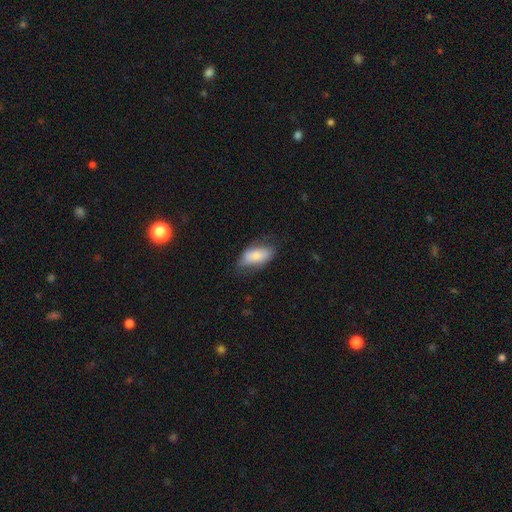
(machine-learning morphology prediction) A smooth galaxy with no disk features (76%) that is in between round and cigar-shaped (89%).

Vote fractions:
- Smooth or featured? smooth: 76% / featured or disk: 17% / star or artifact: 6%
- How rounded? in between: 89% / cigar-shaped: 8% / round: 3%
- Merging? none: 62% / minor disturbance: 27% / major disturbance: 10% / merger: 2%